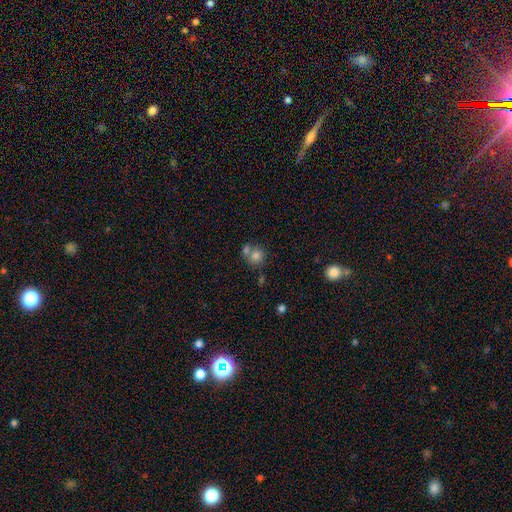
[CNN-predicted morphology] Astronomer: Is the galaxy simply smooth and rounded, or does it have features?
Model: smooth — 77%.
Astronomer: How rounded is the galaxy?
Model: round — 82%.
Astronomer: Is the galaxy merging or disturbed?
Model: none — 48% (runner-up: merger, 38%).